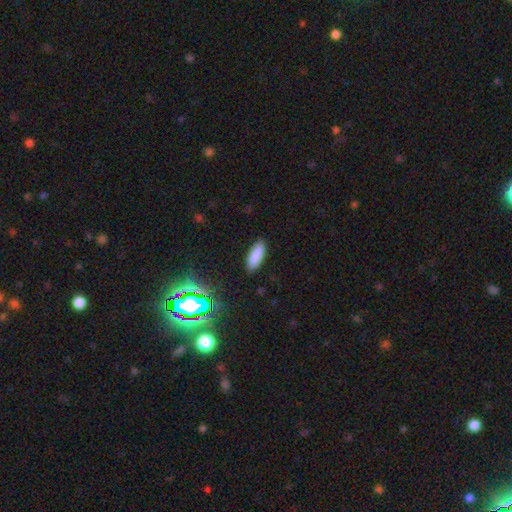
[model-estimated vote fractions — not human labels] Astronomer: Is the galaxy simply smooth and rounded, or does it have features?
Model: smooth — 86%.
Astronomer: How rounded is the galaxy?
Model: in between — 67%.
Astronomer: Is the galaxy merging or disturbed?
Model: none — 89%.